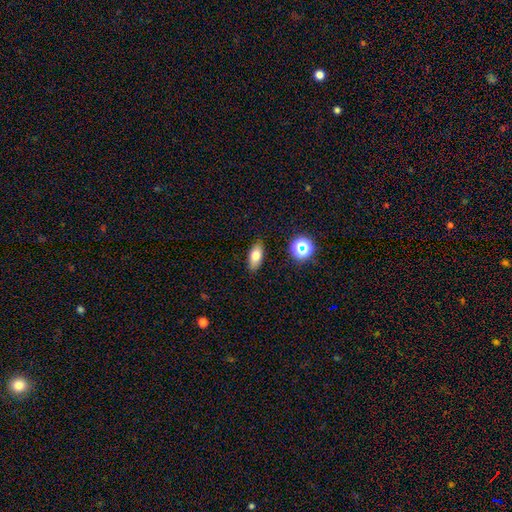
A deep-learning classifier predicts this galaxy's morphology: smooth_or_featured: smooth (p=0.75) [alt: featured or disk p=0.15]
how_rounded: in between (p=0.83) [alt: cigar-shaped p=0.11]
merging: none (p=0.87) [alt: minor disturbance p=0.09]